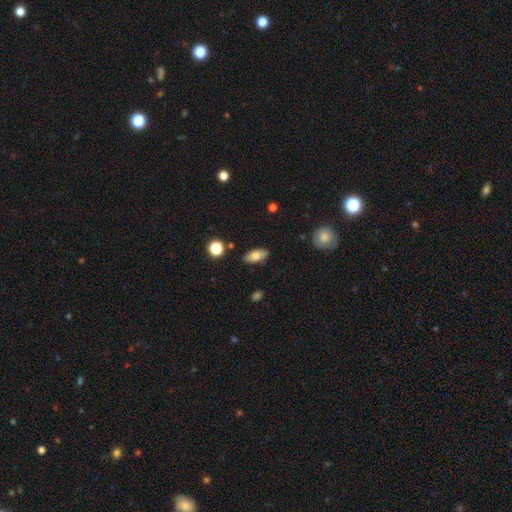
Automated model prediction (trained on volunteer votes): Smooth or featured? smooth (78%)
How rounded? in between (89%)
Merging? none (83%)